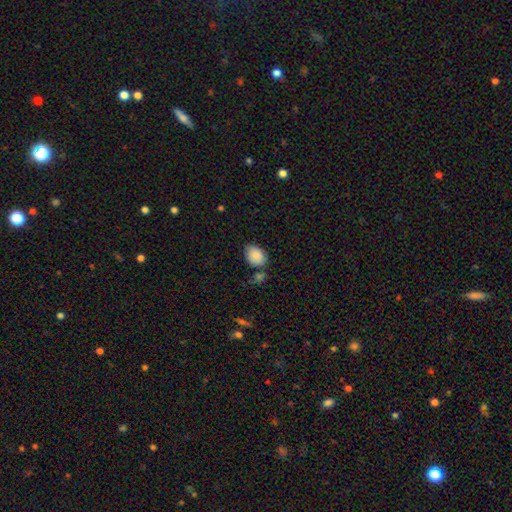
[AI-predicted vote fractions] Smooth or featured: smooth — 88% (star or artifact — 8%)
How rounded: in between — 68% (round — 31%)
Merging: none — 64% (minor disturbance — 22%)